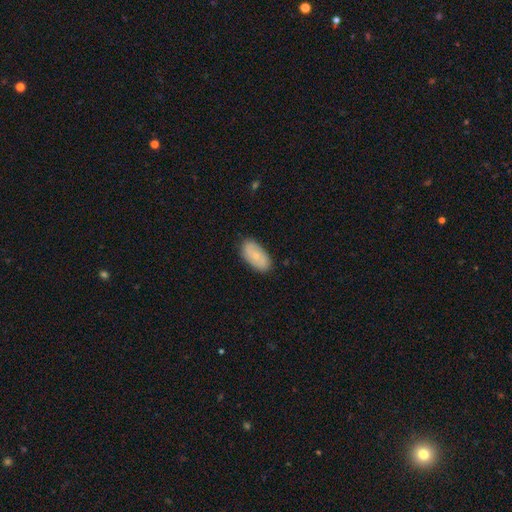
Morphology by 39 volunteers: Smooth or featured?
  - smooth: 64% *
  - featured or disk: 36%
  - star or artifact: 0%
How rounded?
  - in between: 96% *
  - cigar-shaped: 4%
  - round: 0%
Merging?
  - none: 87% *
  - minor disturbance: 13%
  - major disturbance: 0%
  - merger: 0%